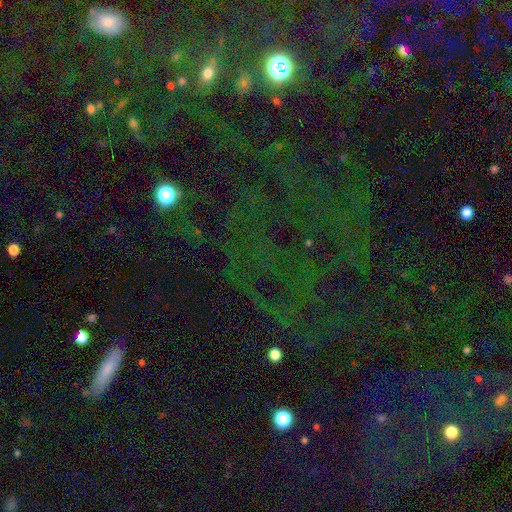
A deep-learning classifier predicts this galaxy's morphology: Q: Smooth or featured?
A: star or artifact (74%); runner-up: smooth (16%)